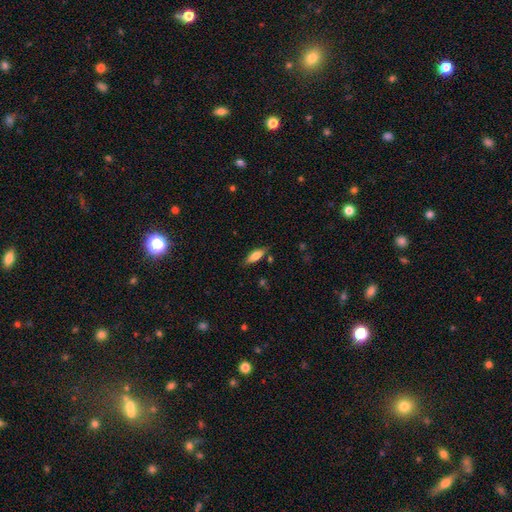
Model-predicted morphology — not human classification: type=smooth (75%); roundness=in between (62%); merging=none (78%).